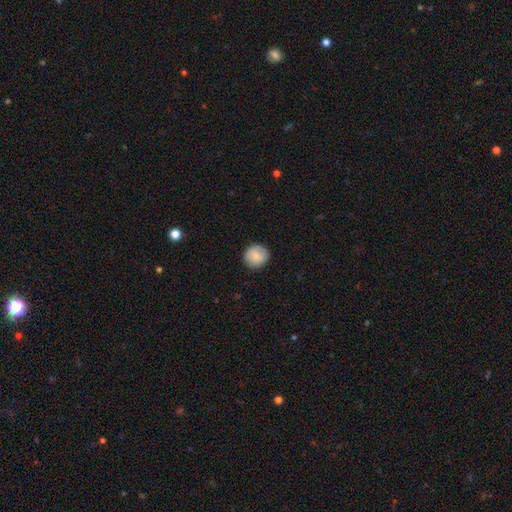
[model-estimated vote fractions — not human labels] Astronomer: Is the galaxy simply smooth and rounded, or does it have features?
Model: smooth — 85%.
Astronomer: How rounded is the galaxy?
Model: round — 92%.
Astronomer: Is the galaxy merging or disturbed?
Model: none — 89%.